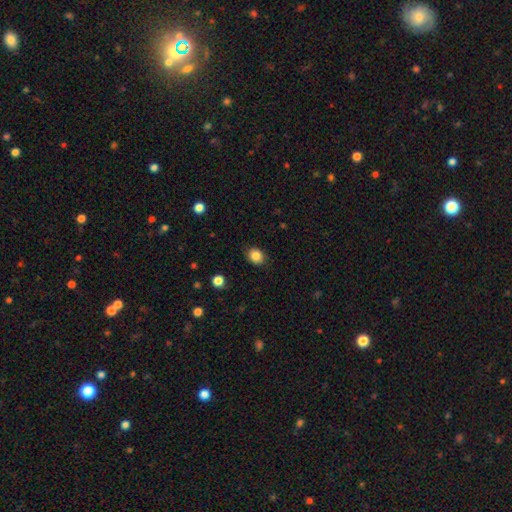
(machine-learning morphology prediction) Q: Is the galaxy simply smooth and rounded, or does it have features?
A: smooth — 86%.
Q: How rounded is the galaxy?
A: round — 58%.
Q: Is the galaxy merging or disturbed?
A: none — 87%.